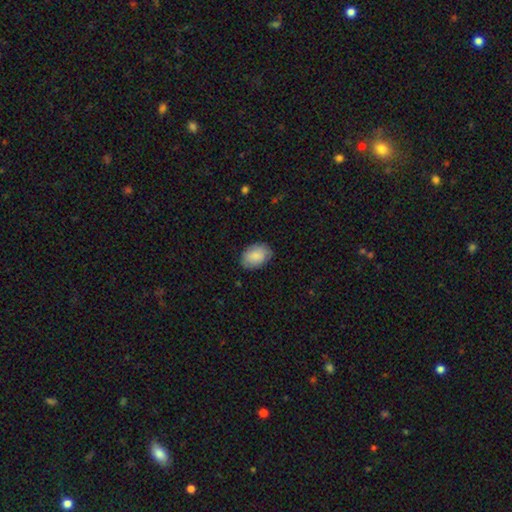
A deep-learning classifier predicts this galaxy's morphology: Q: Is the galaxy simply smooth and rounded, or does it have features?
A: smooth — 85%.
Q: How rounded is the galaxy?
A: in between — 85%.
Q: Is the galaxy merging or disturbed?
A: none — 81%.